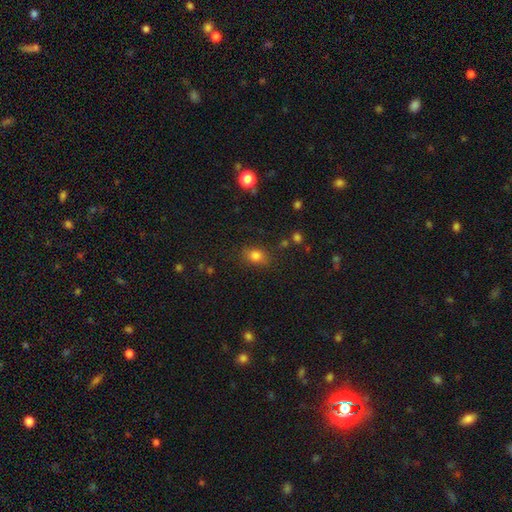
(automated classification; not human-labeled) A smooth galaxy with no disk features (80%) that is in between round and cigar-shaped (69%). Merging: none (79%).